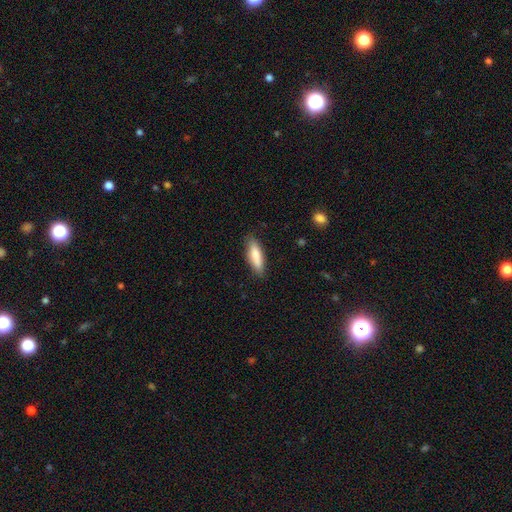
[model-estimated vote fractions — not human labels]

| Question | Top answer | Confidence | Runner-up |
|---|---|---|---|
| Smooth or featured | smooth | 82% | featured or disk (12%) |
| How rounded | cigar-shaped | 56% | in between (42%) |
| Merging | none | 84% | minor disturbance (12%) |